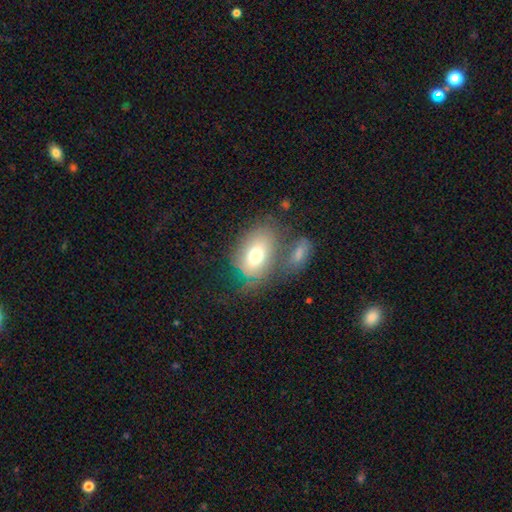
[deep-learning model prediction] Q: Smooth or featured?
A: smooth (68%); runner-up: featured or disk (22%)
Q: How rounded?
A: in between (75%); runner-up: round (23%)
Q: Merging?
A: none (45%); runner-up: merger (24%)